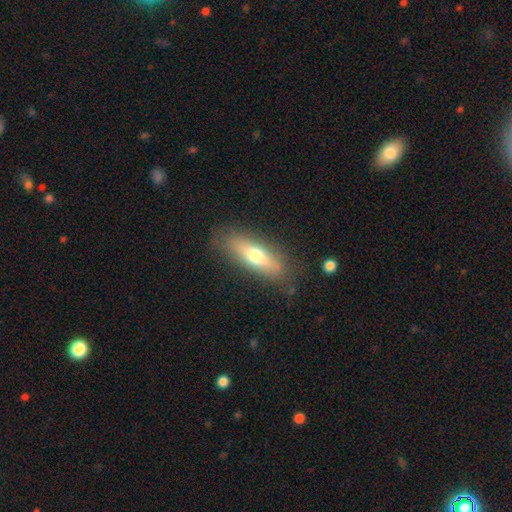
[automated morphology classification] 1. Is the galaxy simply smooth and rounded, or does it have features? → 63% smooth, 30% featured or disk, 7% star or artifact.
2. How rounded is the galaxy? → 54% in between, 43% cigar-shaped, 3% round.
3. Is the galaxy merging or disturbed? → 81% none, 13% minor disturbance, 4% major disturbance, 2% merger.